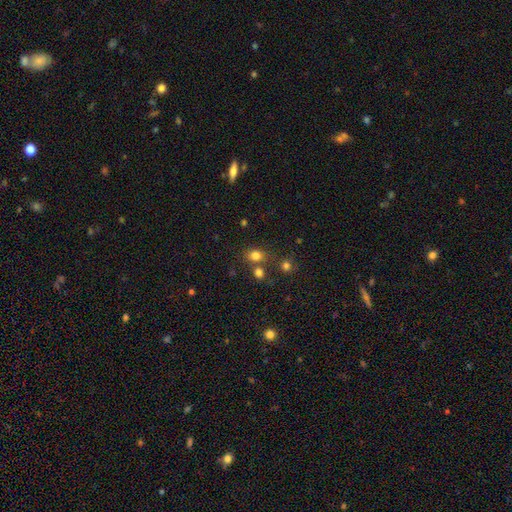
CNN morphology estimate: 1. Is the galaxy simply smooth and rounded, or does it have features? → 79% smooth, 15% star or artifact, 7% featured or disk.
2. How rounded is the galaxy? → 52% in between, 47% round, 1% cigar-shaped.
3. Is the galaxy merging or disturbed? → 64% none, 20% merger, 12% minor disturbance, 4% major disturbance.